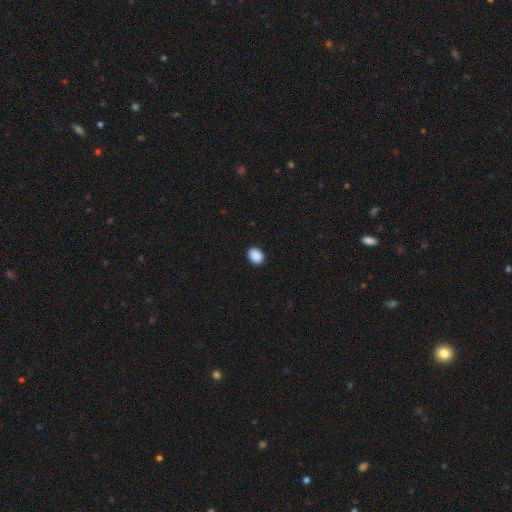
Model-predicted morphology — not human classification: Smooth or featured: smooth — 90% (star or artifact — 8%)
How rounded: in between — 69% (round — 30%)
Merging: none — 88% (minor disturbance — 9%)